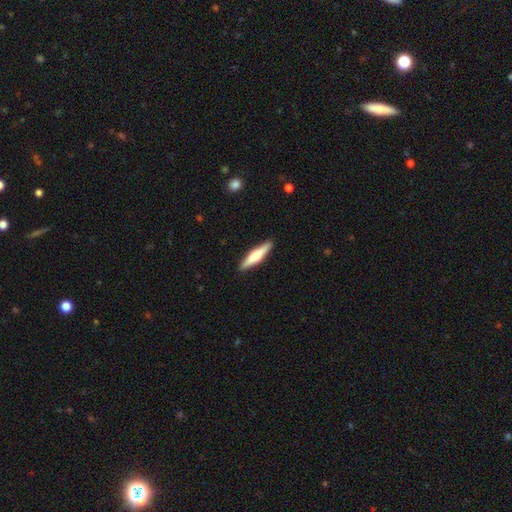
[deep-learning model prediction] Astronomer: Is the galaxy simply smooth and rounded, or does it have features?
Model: smooth — 51% (runner-up: featured or disk, 44%).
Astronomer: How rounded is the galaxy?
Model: cigar-shaped — 84%.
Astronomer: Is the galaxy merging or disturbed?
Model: none — 90%.